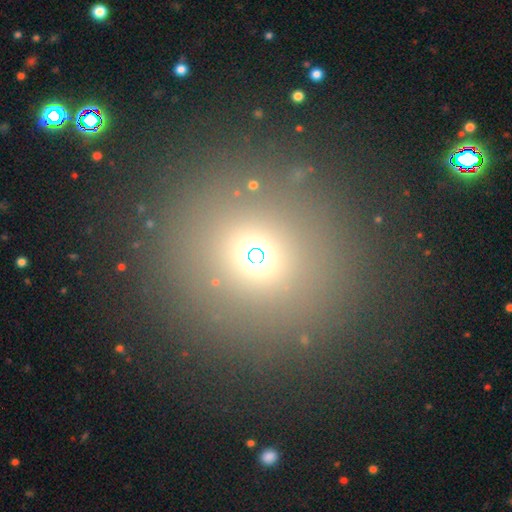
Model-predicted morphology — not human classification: type=smooth (61%); roundness=round (75%); merging=none (81%).